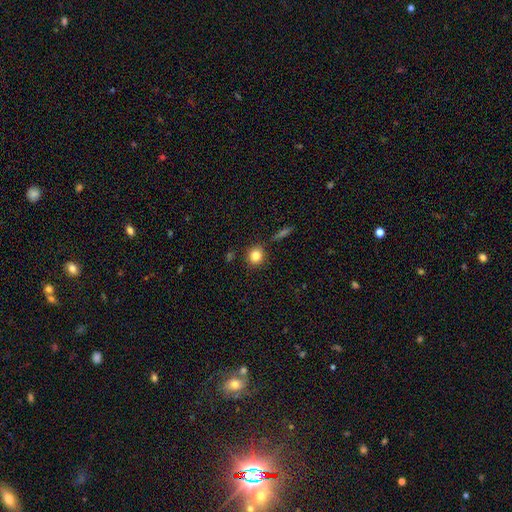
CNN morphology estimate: This appears to be a smooth galaxy with no disk features (83%) that is round (86%). Merging: none (86%).